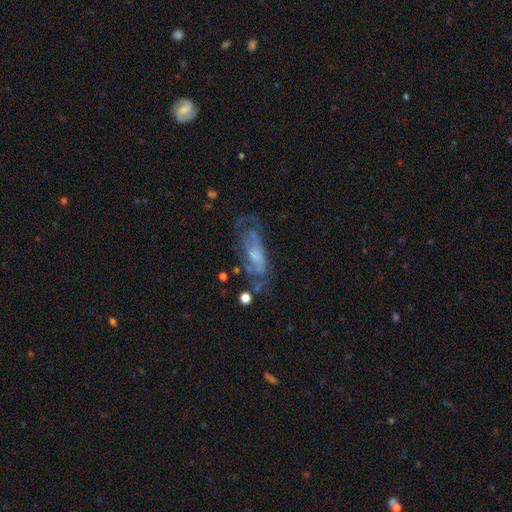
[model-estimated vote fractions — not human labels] A featured or disk galaxy (61%) with no bar (69%), spiral arms (61%) and no central bulge (32%). Merging: none (47%).